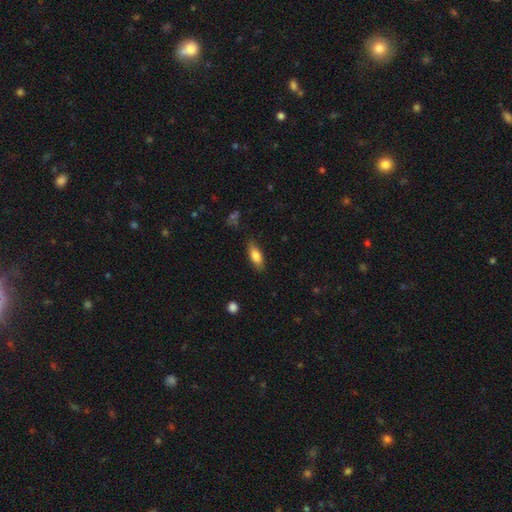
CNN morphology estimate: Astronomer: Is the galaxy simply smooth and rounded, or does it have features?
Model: smooth — 80%.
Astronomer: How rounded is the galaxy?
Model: in between — 76%.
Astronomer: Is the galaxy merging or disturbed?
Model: none — 78%.